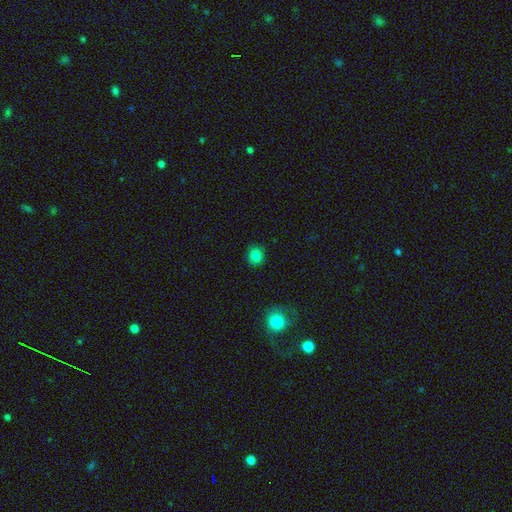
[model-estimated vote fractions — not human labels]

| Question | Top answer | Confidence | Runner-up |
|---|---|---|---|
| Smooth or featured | smooth | 84% | star or artifact (12%) |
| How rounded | round | 80% | in between (19%) |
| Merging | none | 88% | minor disturbance (8%) |